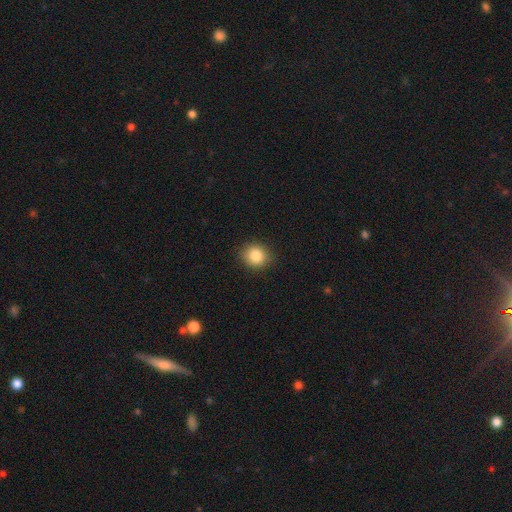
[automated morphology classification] This appears to be a smooth galaxy with no disk features (86%) that is round (81%). Merging: none (88%).